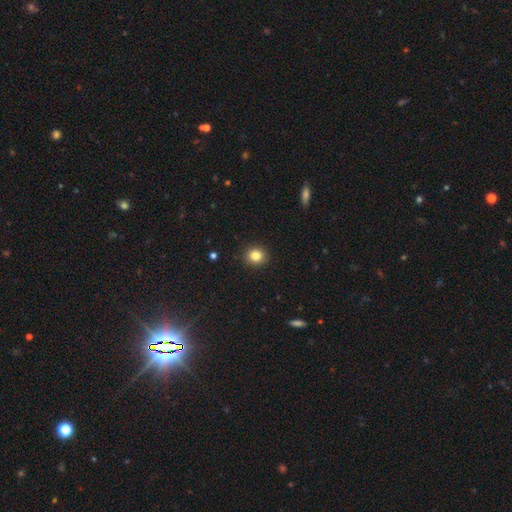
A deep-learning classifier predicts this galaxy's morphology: smooth 84%, star or artifact 11%, featured or disk 5%. Down the decision tree: how rounded — round (84%); merging — none (92%).